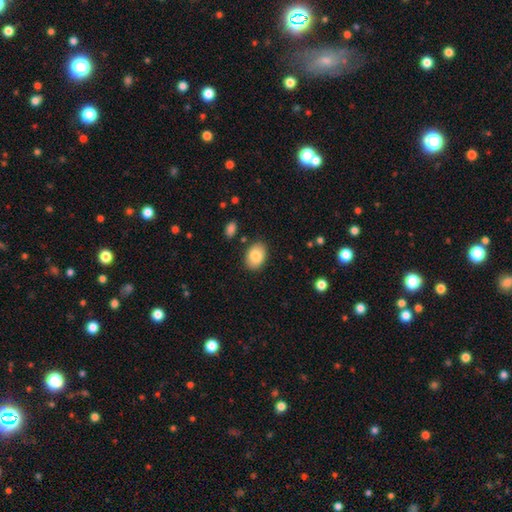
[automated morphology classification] This appears to be a smooth galaxy with no disk features (86%) that is in between round and cigar-shaped (80%). Merging: none (86%).